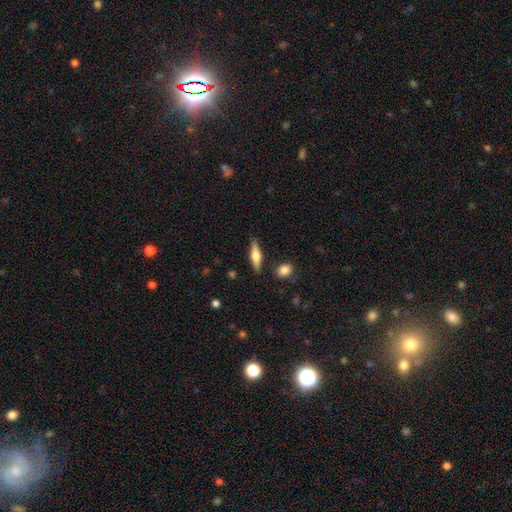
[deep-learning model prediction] This is possibly a featured or disk galaxy (53%). It is clearly viewed edge-on (95%). Edge-on bulge: clearly rounded (88%). Merging: clearly none (85%).